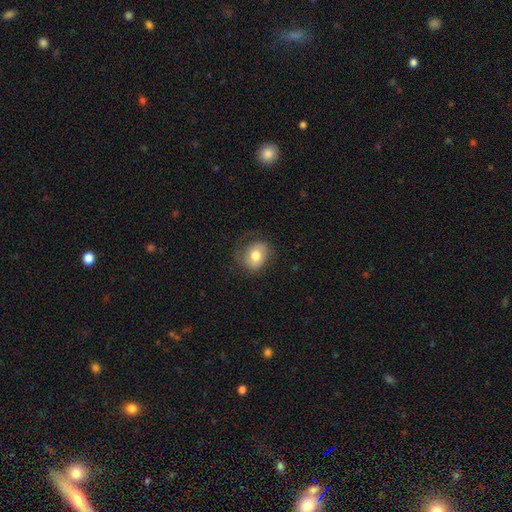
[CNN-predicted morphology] smooth 66%, featured or disk 26%, star or artifact 8%. Down the decision tree: how rounded — round (56%); merging — none (64%).